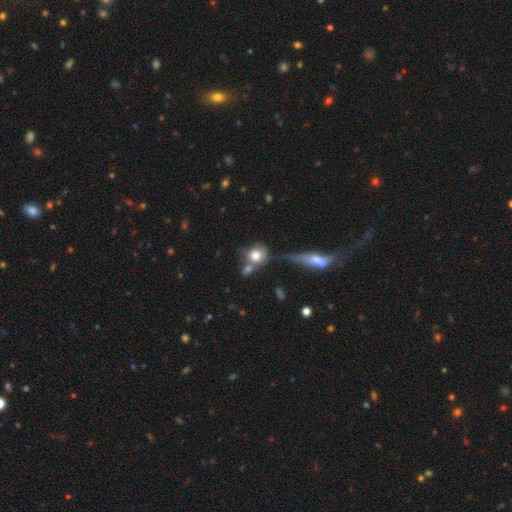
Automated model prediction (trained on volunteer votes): Smooth or featured?
  - smooth: 75% *
  - featured or disk: 15%
  - star or artifact: 10%
How rounded?
  - round: 70% *
  - in between: 27%
  - cigar-shaped: 3%
Merging?
  - none: 43% *
  - merger: 33%
  - minor disturbance: 15%
  - major disturbance: 9%